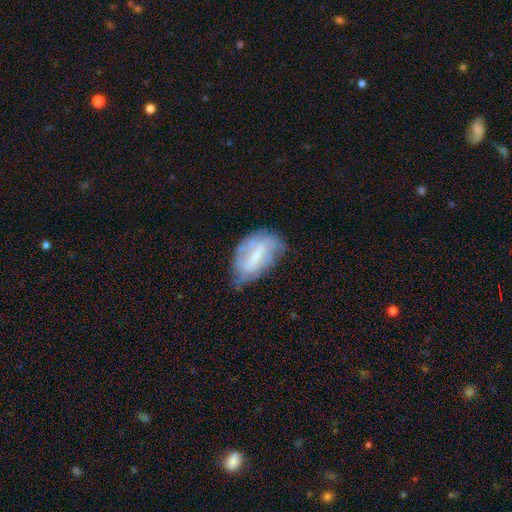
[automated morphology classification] Overall: featured or disk (60%; smooth 32%). Edge-on disk: no (94%). Bar: weak (47%; strong 34%). Spiral arms: yes (67%; no 33%). Bulge size: small (50%; moderate 27%). Merging: none (52%; minor disturbance 32%).